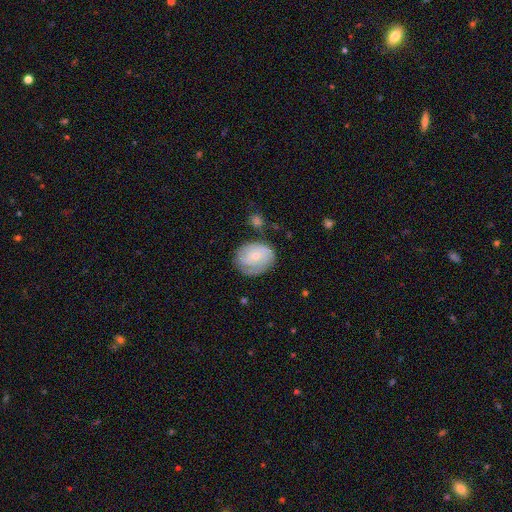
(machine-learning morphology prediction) featured or disk 61%, smooth 33%, star or artifact 7%. Down the decision tree: edge-on disk — no (97%); bar — no (76%); spiral arms — yes (84%); bulge size — small (63%); merging — none (65%).